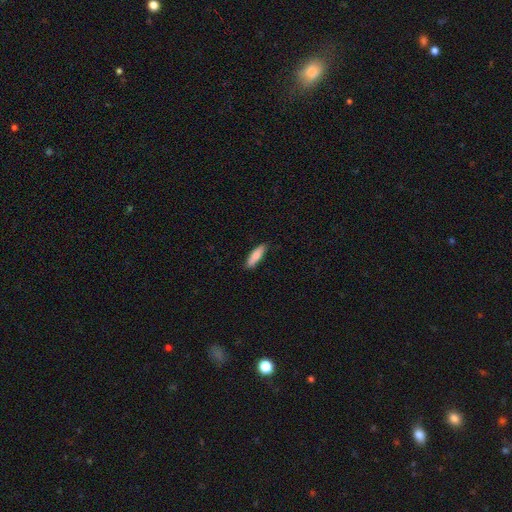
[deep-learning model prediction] Smooth or featured: smooth — 77% (featured or disk — 18%)
How rounded: cigar-shaped — 61% (in between — 37%)
Merging: none — 86% (minor disturbance — 12%)